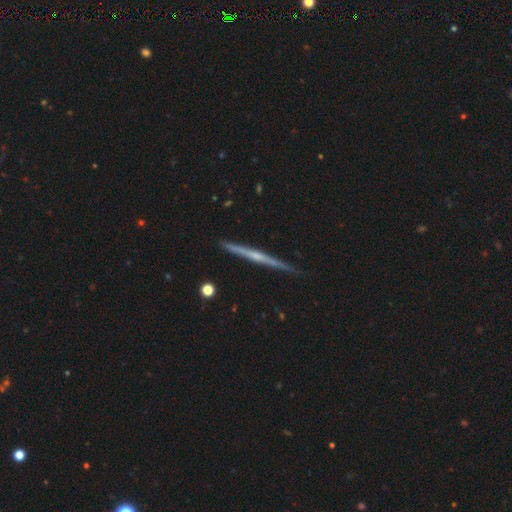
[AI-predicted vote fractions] A featured or disk galaxy (76%) viewed edge-on (98%) with a rounded central bulge (52%).

Vote fractions:
- Smooth or featured? featured or disk: 76% / smooth: 18% / star or artifact: 6%
- Edge-on disk? yes: 98% / no: 2%
- Edge-on bulge? rounded: 52% / none: 41% / boxy: 7%
- Merging? none: 90% / minor disturbance: 8% / major disturbance: 1% / merger: 1%